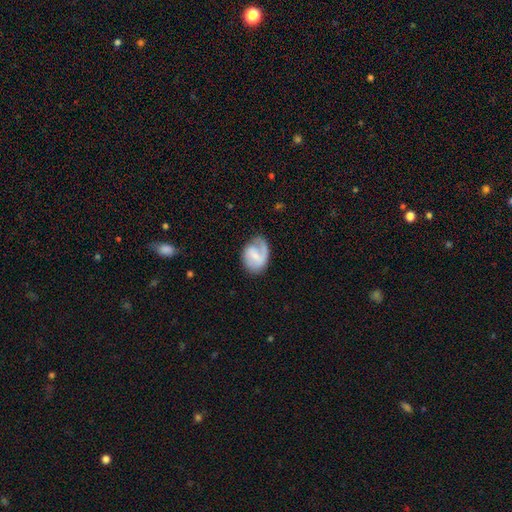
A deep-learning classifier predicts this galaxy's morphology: Smooth or featured? featured or disk (65%)
Edge-on disk? no (97%)
Bar? weak (49%)
Spiral arms? yes (87%)
Spiral winding? medium (42%)
Spiral arm count? 1 (47%)
Bulge size? small (54%)
Merging? none (57%)